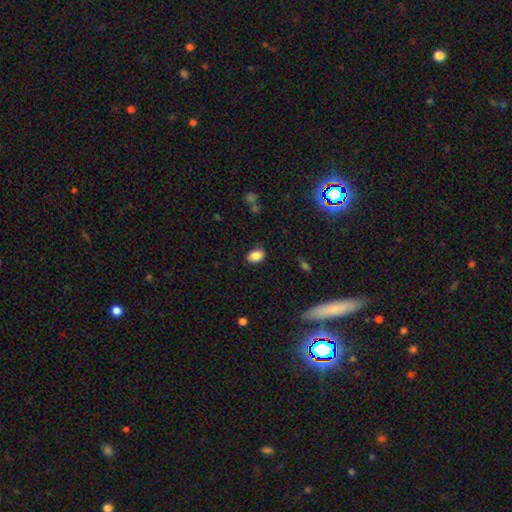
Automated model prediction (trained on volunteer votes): The model was most divided on "how rounded": in between: 80%, round: 19%, cigar-shaped: 1%. More confident: smooth or featured — smooth (86%); merging — none (83%).